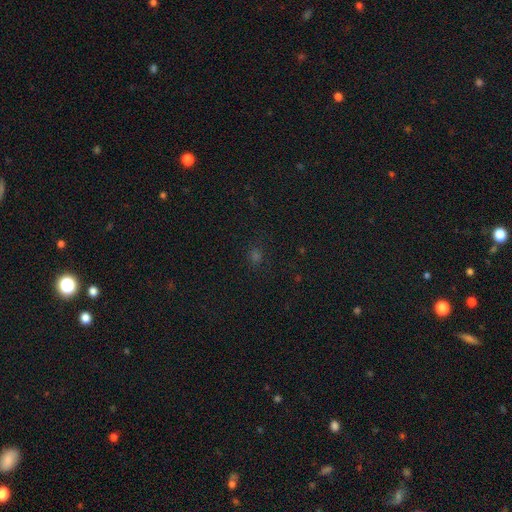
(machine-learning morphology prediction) A smooth galaxy with no disk features (54%) that is round (74%). Merging: none (84%).